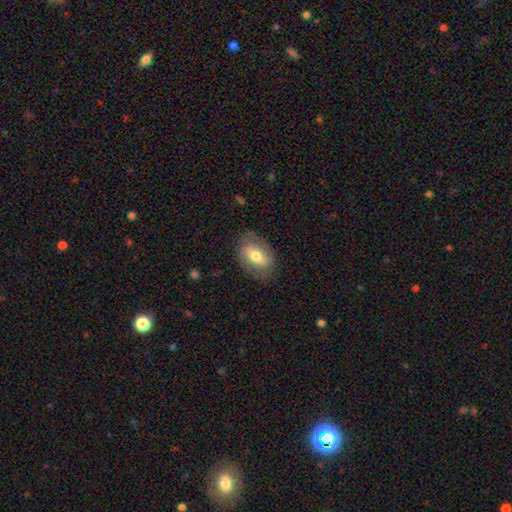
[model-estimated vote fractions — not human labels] smooth_or_featured: smooth (p=0.56) [alt: featured or disk p=0.38]
how_rounded: in between (p=0.81) [alt: round p=0.17]
merging: none (p=0.75) [alt: minor disturbance p=0.17]